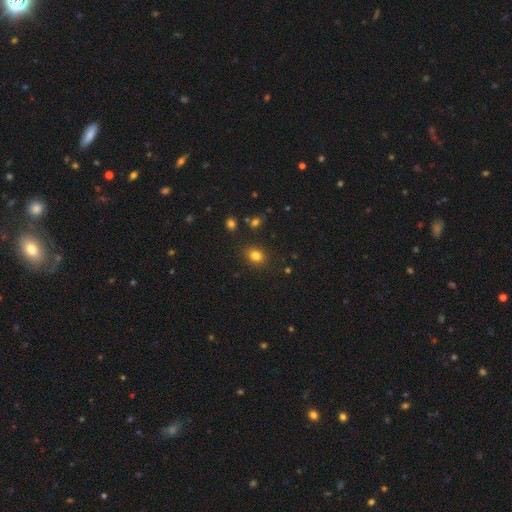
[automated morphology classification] Smooth or featured: smooth — 80% (star or artifact — 13%)
How rounded: round — 51% (in between — 48%)
Merging: none — 85% (minor disturbance — 10%)